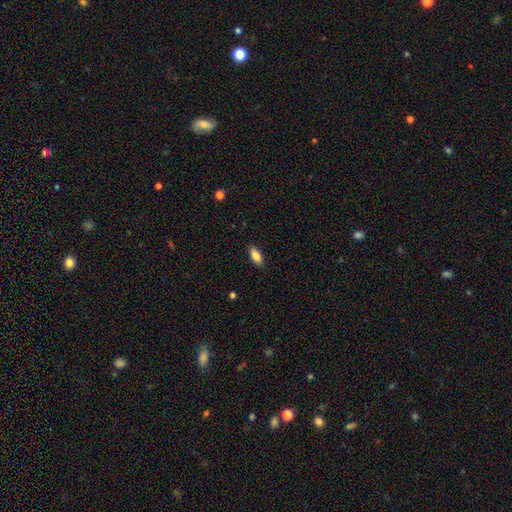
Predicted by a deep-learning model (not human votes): The model was most divided on "smooth or featured": smooth: 84%, featured or disk: 9%, star or artifact: 7%. More confident: how rounded — in between (87%); merging — none (87%).